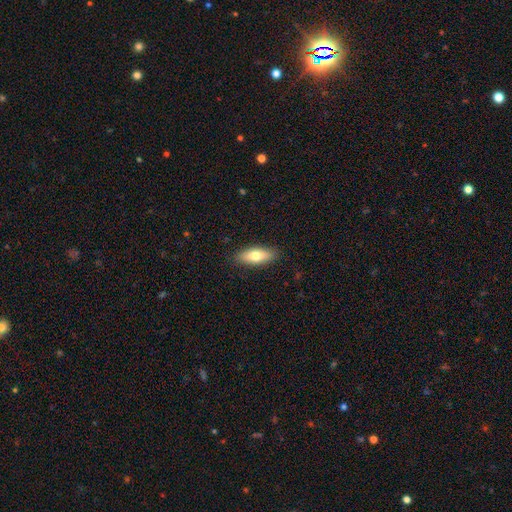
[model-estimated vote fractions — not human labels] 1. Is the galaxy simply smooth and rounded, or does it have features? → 71% smooth, 23% featured or disk, 6% star or artifact.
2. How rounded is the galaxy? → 69% in between, 28% cigar-shaped, 3% round.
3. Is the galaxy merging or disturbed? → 88% none, 9% minor disturbance, 2% major disturbance, 1% merger.